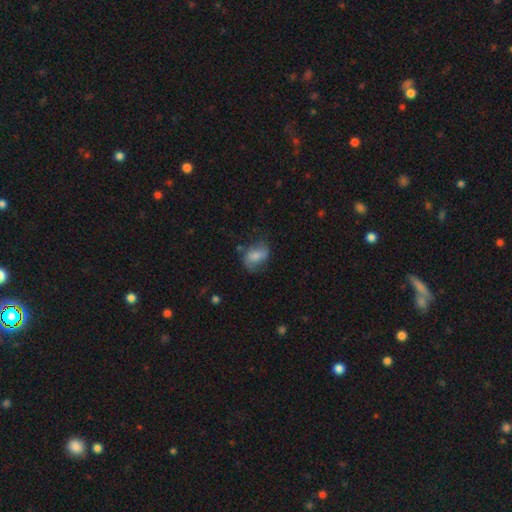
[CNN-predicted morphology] A smooth galaxy with no disk features (61%) that is in between round and cigar-shaped (79%). Merging: none (54%).